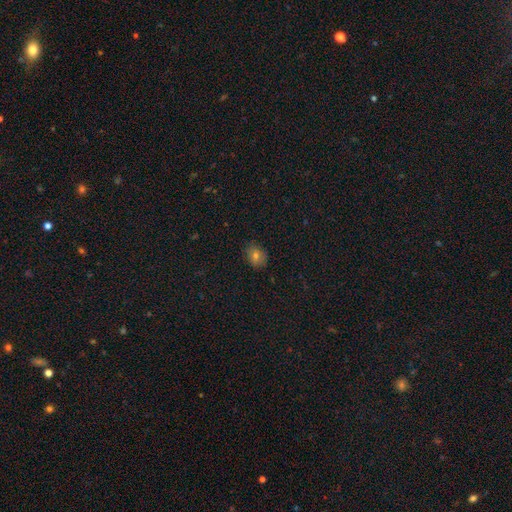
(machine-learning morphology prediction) A smooth galaxy with no disk features (73%) that is round (50%). Merging: none (81%).